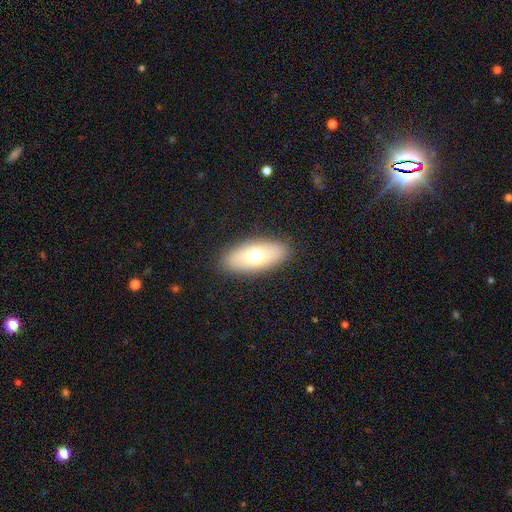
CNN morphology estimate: The model was most divided on "smooth or featured": smooth: 64%, featured or disk: 27%, star or artifact: 10%. More confident: merging — none (88%); how rounded — in between (83%).